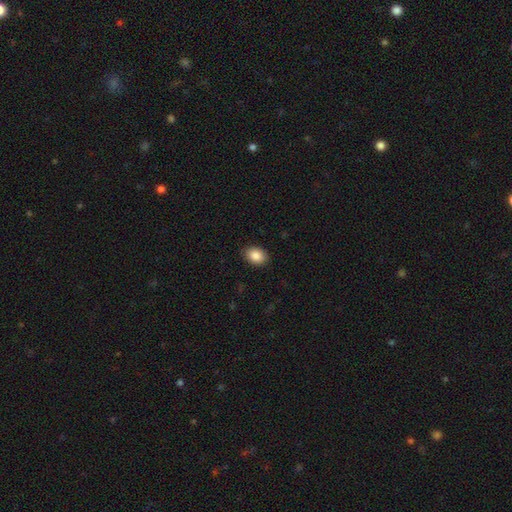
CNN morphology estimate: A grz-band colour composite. It shows a smooth galaxy with no disk features (87%) that is in between round and cigar-shaped (76%). Merging: none (89%).